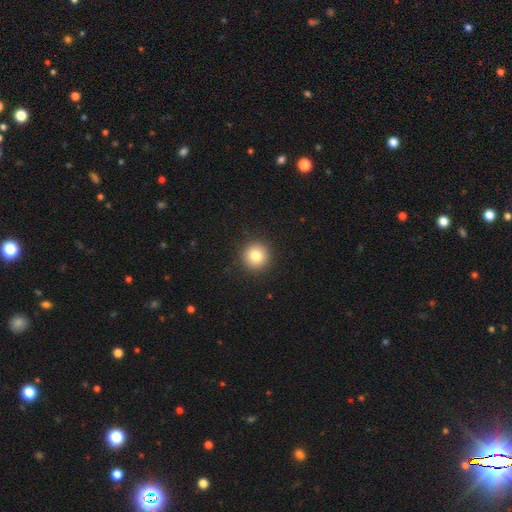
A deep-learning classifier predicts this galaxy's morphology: Smooth or featured? Predicted: smooth (p=0.81). How rounded? Predicted: round (p=0.95). Merging? Predicted: none (p=0.93).